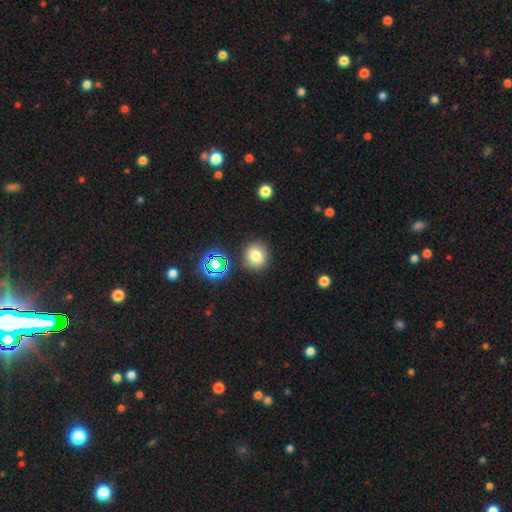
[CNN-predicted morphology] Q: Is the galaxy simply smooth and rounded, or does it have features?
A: smooth — 74%.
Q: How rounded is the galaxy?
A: round — 84%.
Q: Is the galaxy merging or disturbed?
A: none — 86%.